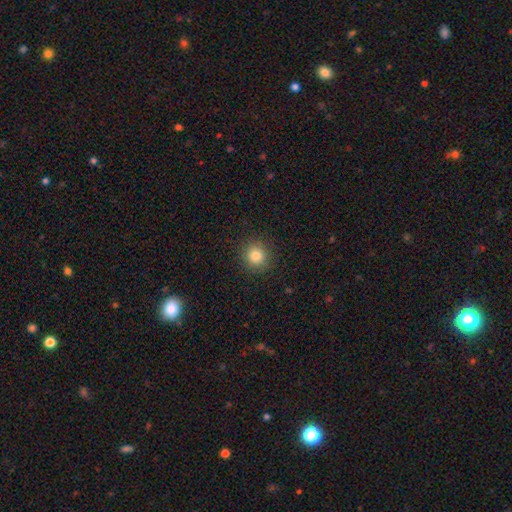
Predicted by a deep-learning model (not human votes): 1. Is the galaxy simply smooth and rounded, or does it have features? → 82% smooth, 12% star or artifact, 6% featured or disk.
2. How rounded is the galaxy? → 92% round, 7% in between, 1% cigar-shaped.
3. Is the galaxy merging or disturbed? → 89% none, 7% minor disturbance, 3% major disturbance, 1% merger.